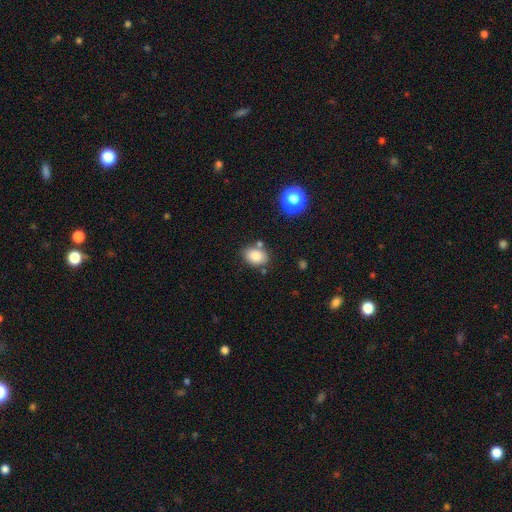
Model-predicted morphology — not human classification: smooth-or-featured: smooth: 82% | star or artifact: 10% | featured or disk: 8%
  how-rounded: in between: 74% | round: 25% | cigar-shaped: 1%
  merging: none: 74% | minor disturbance: 14% | merger: 9% | major disturbance: 3%